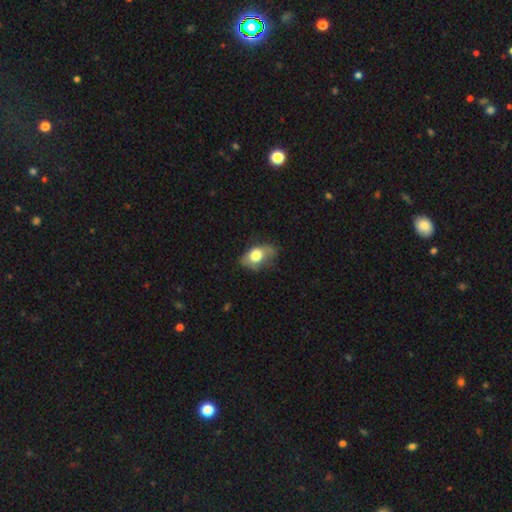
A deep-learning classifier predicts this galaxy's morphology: smooth_or_featured: smooth (p=0.68) [alt: featured or disk p=0.25]
how_rounded: in between (p=0.83) [alt: round p=0.14]
merging: none (p=0.48) [alt: minor disturbance p=0.34]